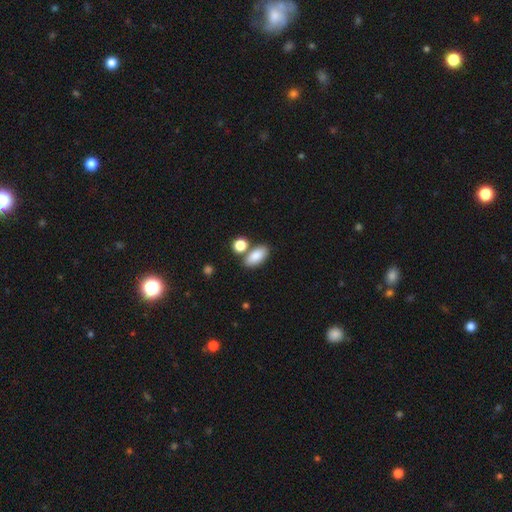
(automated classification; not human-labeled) Overall: smooth (86%). How rounded: in between (89%). Merging: none (66%).